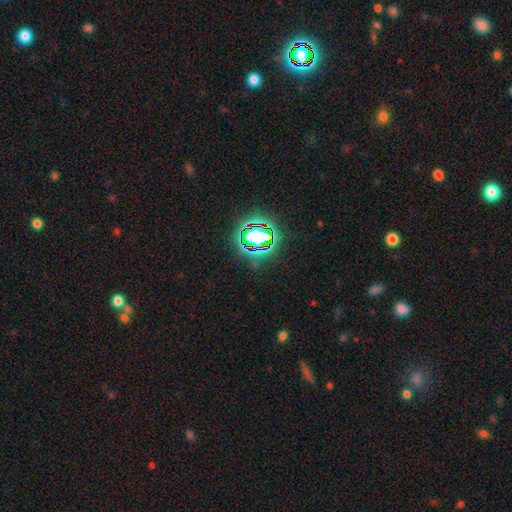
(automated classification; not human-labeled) smooth-or-featured: star or artifact: 81% | smooth: 12% | featured or disk: 7%